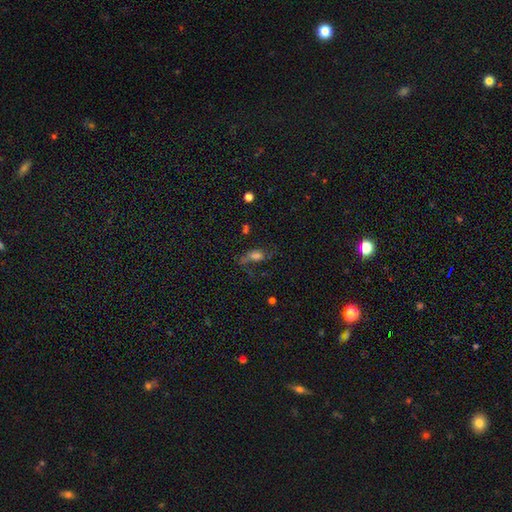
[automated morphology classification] smooth 42%, featured or disk 31%, star or artifact 27%. Down the decision tree: merging — none (42%).